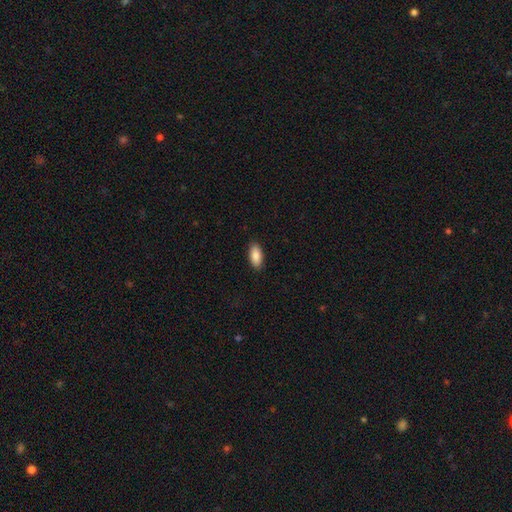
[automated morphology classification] A smooth galaxy with no disk features (88%) that is in between round and cigar-shaped (88%). Merging: none (90%).